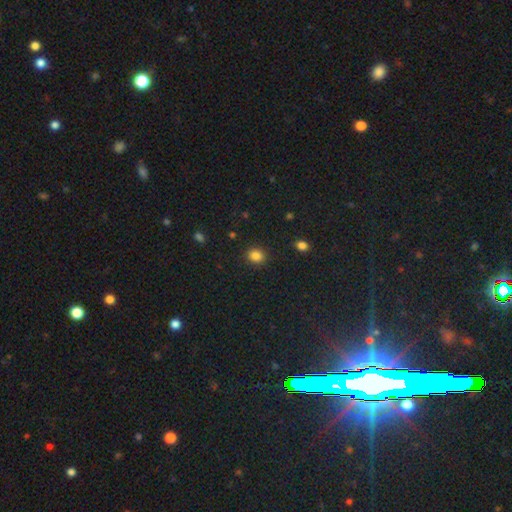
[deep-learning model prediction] This appears to be a smooth galaxy with no disk features (85%) that is round (70%). Merging: none (89%).